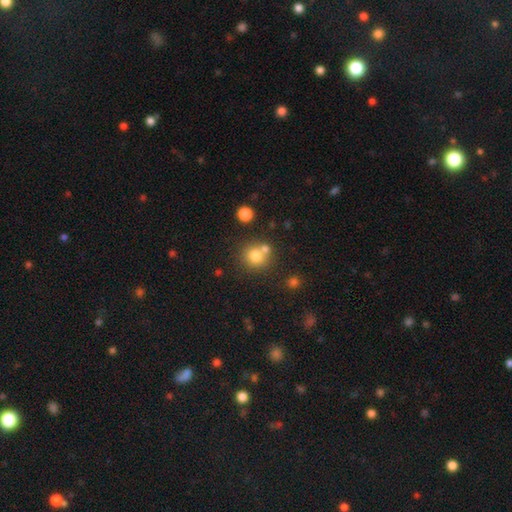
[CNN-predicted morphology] Smooth or featured? Predicted: smooth (p=0.78). How rounded? Predicted: round (p=0.88). Merging? Predicted: none (p=0.60).